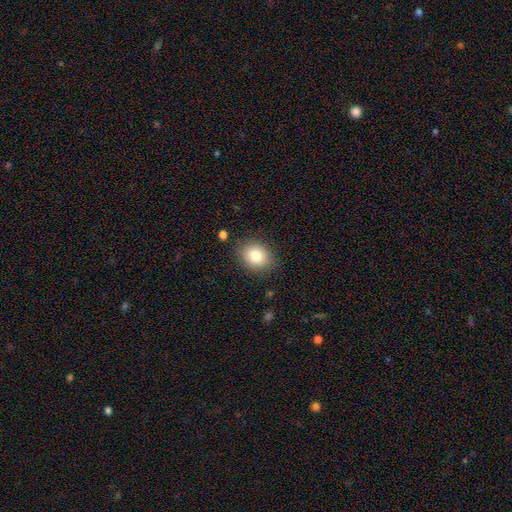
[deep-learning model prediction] The model was most divided on "how rounded": round: 50%, in between: 49%, cigar-shaped: 1%. More confident: merging — none (85%); smooth or featured — smooth (84%).